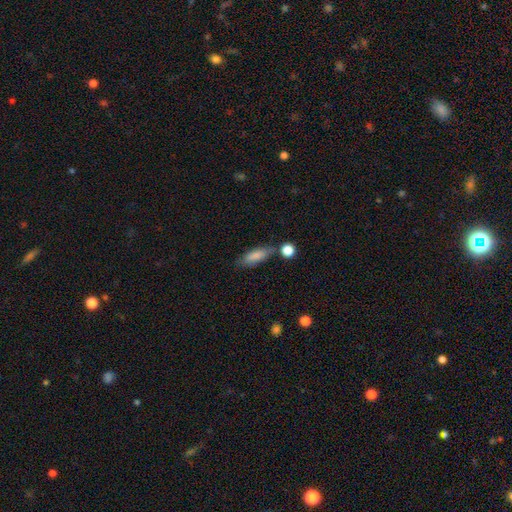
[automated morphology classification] smooth 82%, featured or disk 11%, star or artifact 7%. Down the decision tree: how rounded — in between (64%); merging — none (63%).